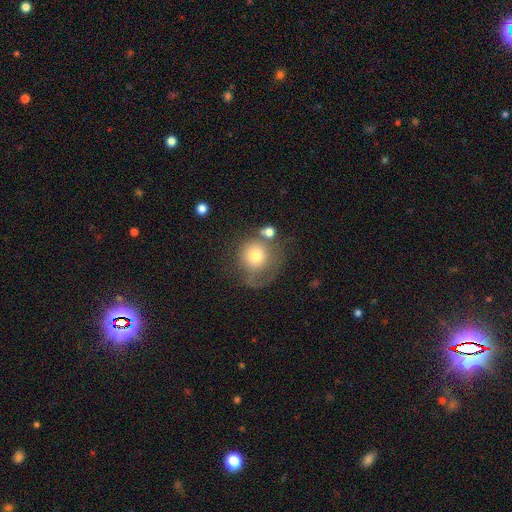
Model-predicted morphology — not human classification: This appears to be a smooth galaxy with no disk features (70%) that is round (86%). Merging: none (38%).